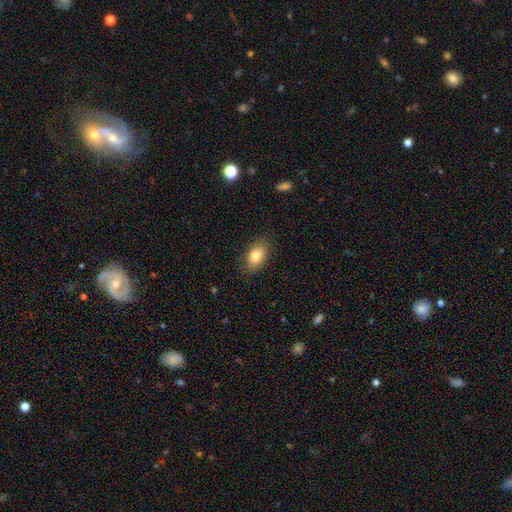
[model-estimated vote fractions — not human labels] Smooth or featured?
  - smooth: 82% *
  - featured or disk: 10%
  - star or artifact: 8%
How rounded?
  - in between: 89% *
  - round: 9%
  - cigar-shaped: 2%
Merging?
  - none: 84% *
  - minor disturbance: 12%
  - major disturbance: 3%
  - merger: 1%